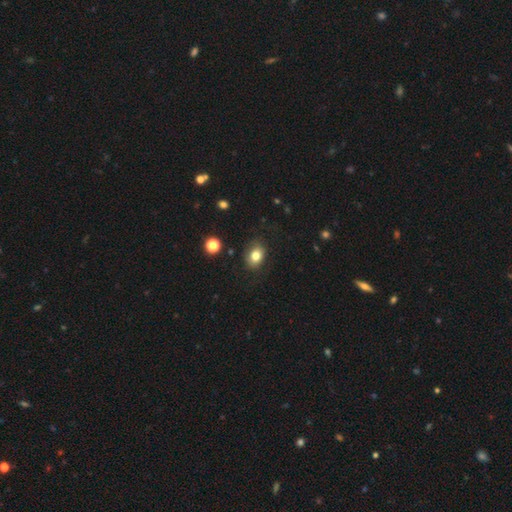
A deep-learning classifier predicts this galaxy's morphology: Smooth or featured: smooth — 80% (star or artifact — 10%)
How rounded: in between — 67% (round — 32%)
Merging: none — 81% (minor disturbance — 14%)